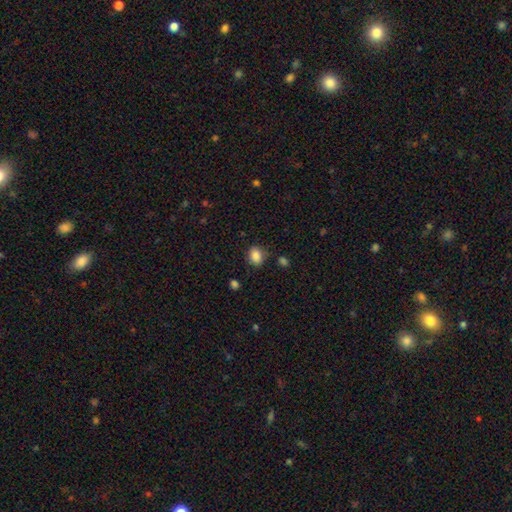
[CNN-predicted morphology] Smooth or featured? smooth (86%)
How rounded? round (50%)
Merging? none (79%)